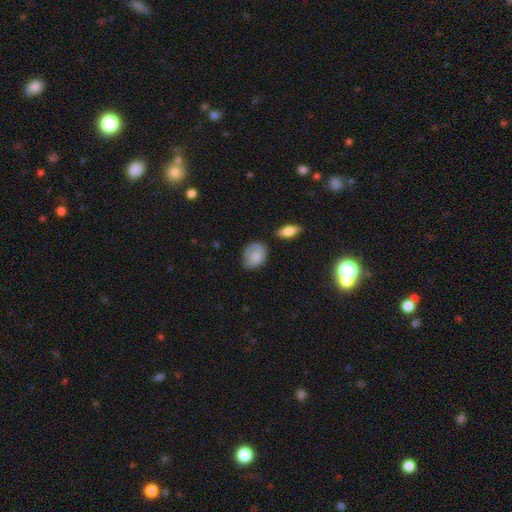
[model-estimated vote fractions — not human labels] Q: Smooth or featured?
A: smooth (76%); runner-up: featured or disk (17%)
Q: How rounded?
A: in between (65%); runner-up: round (33%)
Q: Merging?
A: none (53%); runner-up: minor disturbance (33%)